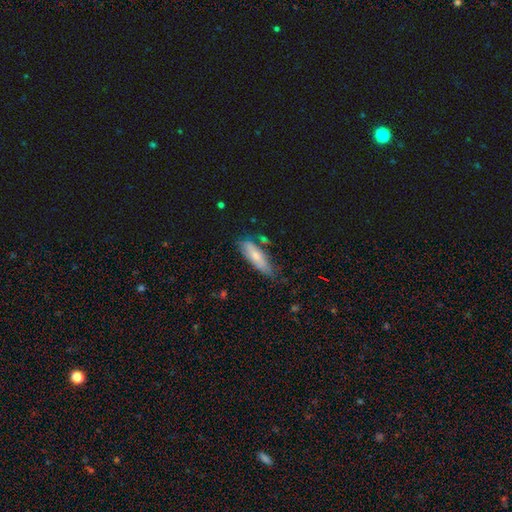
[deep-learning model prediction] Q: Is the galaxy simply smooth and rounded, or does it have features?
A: smooth — 66%.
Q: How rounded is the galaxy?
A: cigar-shaped — 49%, tied with in between.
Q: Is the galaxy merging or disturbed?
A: none — 61%.